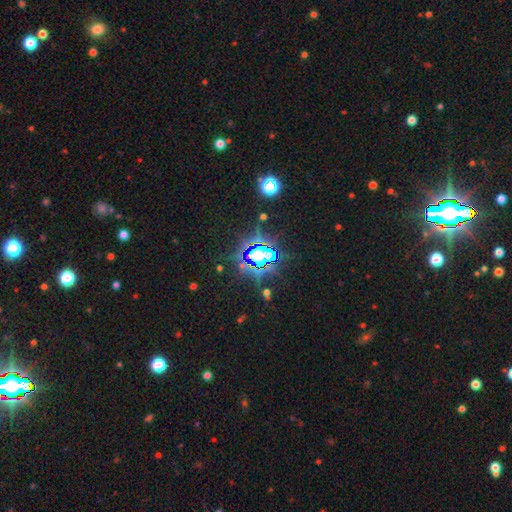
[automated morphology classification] type=star or artifact (81%).